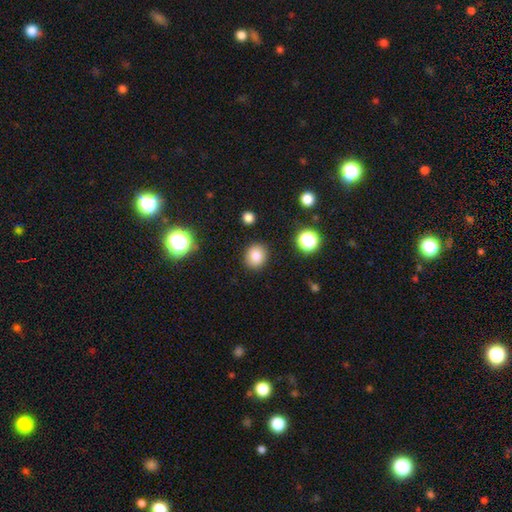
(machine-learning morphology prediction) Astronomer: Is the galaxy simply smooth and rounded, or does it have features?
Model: smooth — 82%.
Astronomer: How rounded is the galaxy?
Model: round — 73%.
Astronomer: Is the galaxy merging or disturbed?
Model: none — 88%.